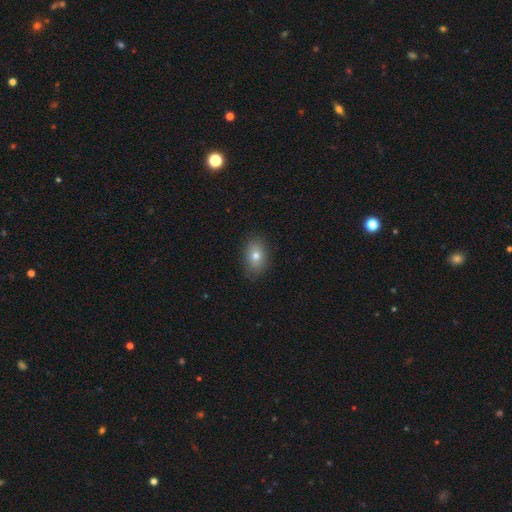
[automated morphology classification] Smooth or featured? smooth (77%)
How rounded? in between (77%)
Merging? none (86%)